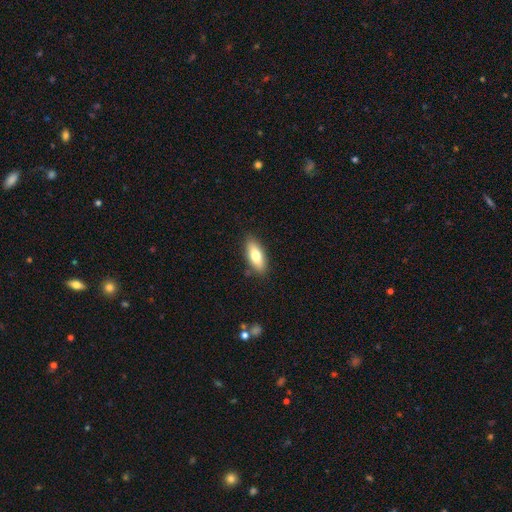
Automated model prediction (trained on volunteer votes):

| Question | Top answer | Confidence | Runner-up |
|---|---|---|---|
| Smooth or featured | smooth | 73% | featured or disk (21%) |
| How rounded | in between | 75% | cigar-shaped (23%) |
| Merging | none | 86% | minor disturbance (10%) |